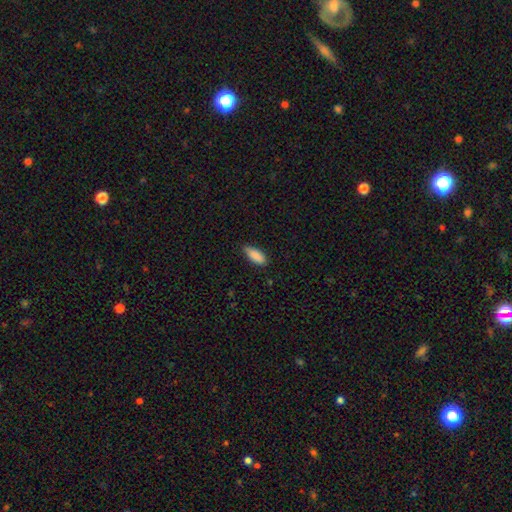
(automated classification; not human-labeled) A smooth galaxy with no disk features (88%) that is in between round and cigar-shaped (77%). Merging: none (72%).